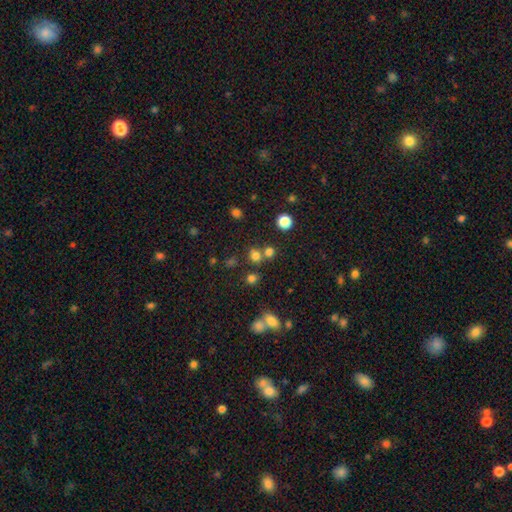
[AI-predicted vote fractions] A smooth galaxy with no disk features (71%) that is round (79%). Merging: none (63%).